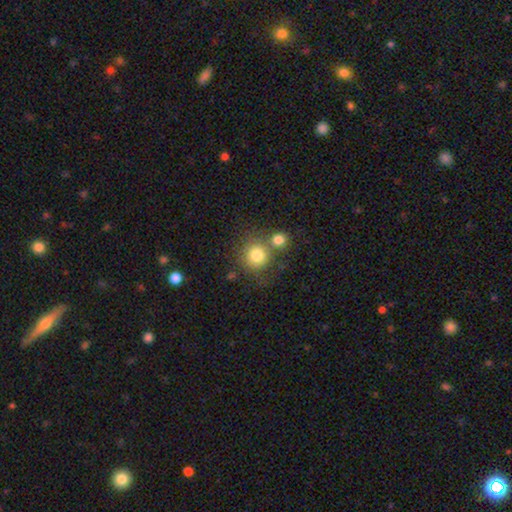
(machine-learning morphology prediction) Overall: smooth (80%). How rounded: round (91%). Merging: none (60%; merger 26%).